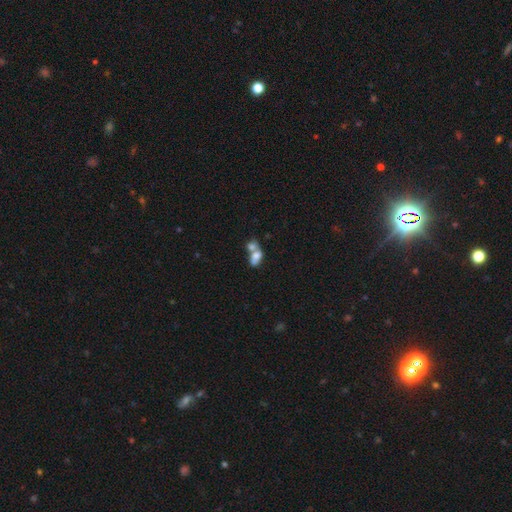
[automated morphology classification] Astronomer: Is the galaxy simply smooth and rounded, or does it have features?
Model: smooth — 67%.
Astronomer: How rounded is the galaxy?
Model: in between — 76%.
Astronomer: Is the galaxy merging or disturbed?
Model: merger — 71%.